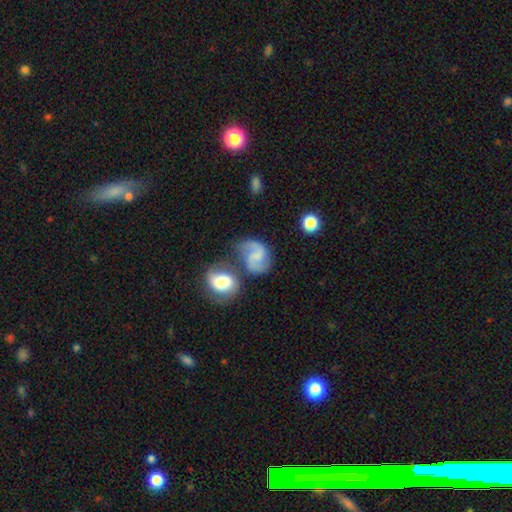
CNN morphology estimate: The model was most divided on "bar" (2-way tie): weak: 45%, no: 45%, strong: 10%. Remaining: edge-on disk — no (98%); spiral arms — yes (94%); spiral arm count — 2 (89%); smooth or featured — featured or disk (73%); merging — none (50%); spiral winding — loose (47%); bulge size — small (40%).